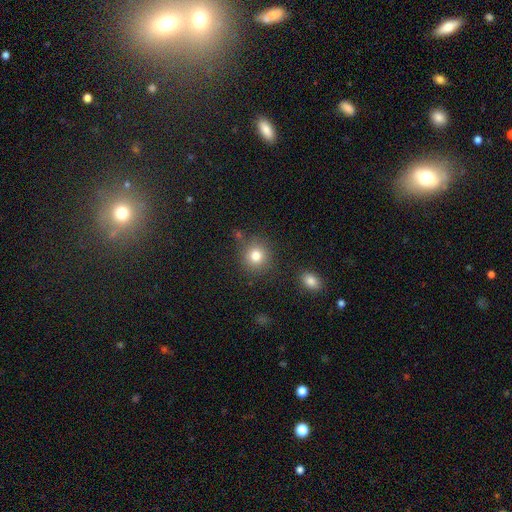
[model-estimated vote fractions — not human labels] smooth 82%, star or artifact 11%, featured or disk 8%. Down the decision tree: how rounded — round (89%); merging — none (83%).